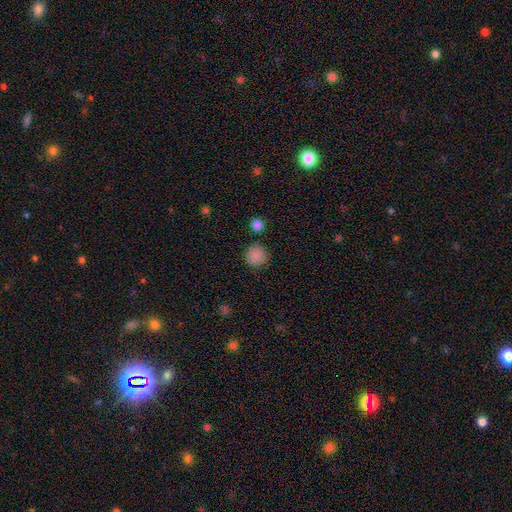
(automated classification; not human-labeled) Overall: smooth (87%). How rounded: round (93%). Merging: none (85%).